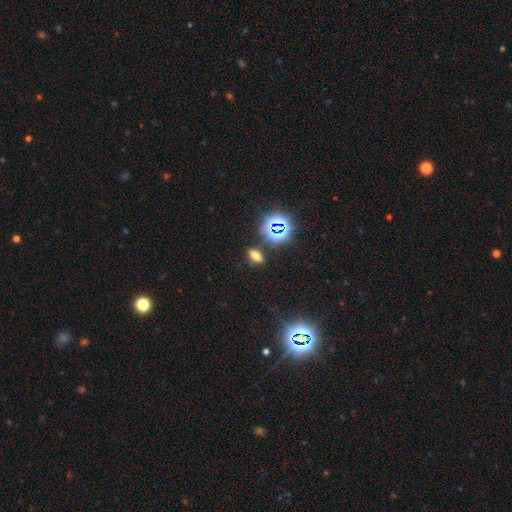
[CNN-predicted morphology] Smooth or featured? Predicted: smooth (p=0.54). How rounded? Predicted: in between (p=0.73). Merging? Predicted: none (p=0.82).